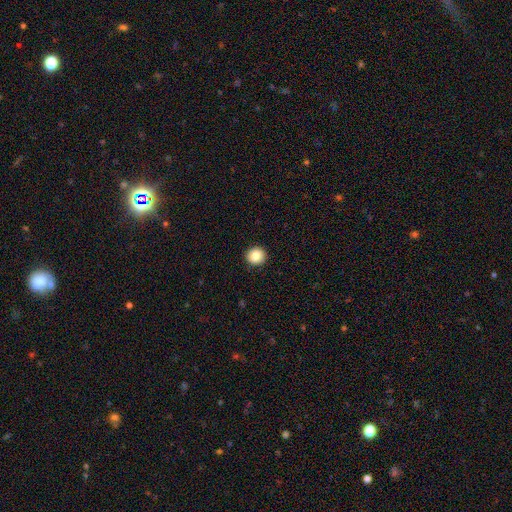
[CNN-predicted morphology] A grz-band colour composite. It shows a smooth galaxy with no disk features (85%) that is round (93%). Merging: none (93%).